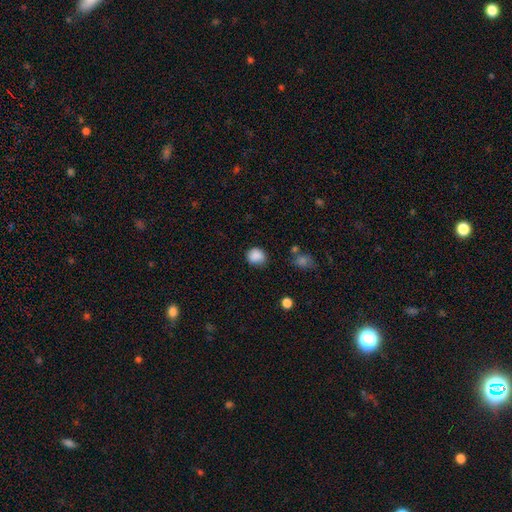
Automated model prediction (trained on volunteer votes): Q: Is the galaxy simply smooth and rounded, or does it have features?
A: smooth — 87%.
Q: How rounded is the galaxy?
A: round — 77%.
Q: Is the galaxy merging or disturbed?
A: none — 73%.